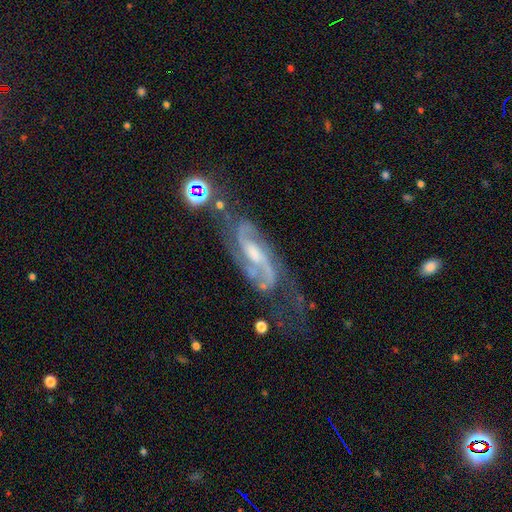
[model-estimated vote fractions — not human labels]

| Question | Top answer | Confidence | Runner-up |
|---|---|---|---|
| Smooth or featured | featured or disk | 89% | star or artifact (6%) |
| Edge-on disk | no | 93% | yes (7%) |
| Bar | weak | 48% | no (31%) |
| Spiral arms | yes | 98% | no (2%) |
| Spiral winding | medium | 54% | tight (28%) |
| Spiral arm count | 2 | 84% | can't tell (6%) |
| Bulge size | small | 44% | moderate (43%) |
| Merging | none | 58% | minor disturbance (22%) |